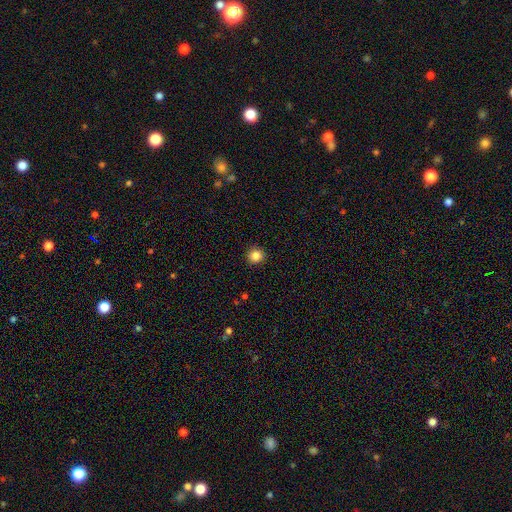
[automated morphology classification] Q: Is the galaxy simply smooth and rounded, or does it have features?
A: smooth — 85%.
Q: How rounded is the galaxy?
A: round — 93%.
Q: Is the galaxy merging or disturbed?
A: none — 92%.